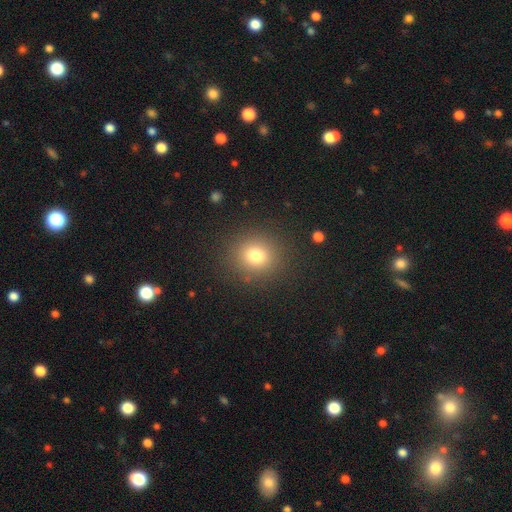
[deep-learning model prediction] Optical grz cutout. It shows a smooth galaxy with no disk features (77%) that is round (86%). Merging: none (88%).